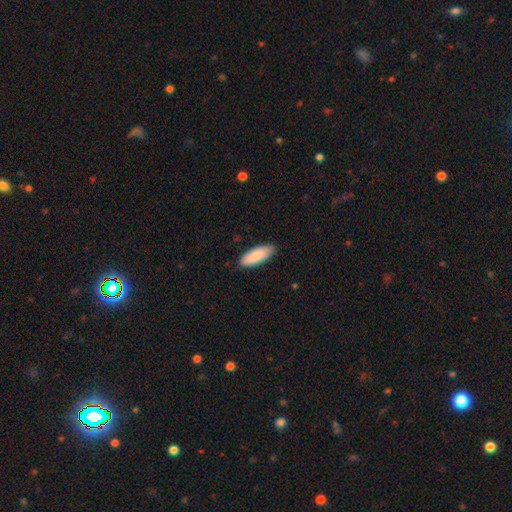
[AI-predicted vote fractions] This appears to be a smooth galaxy with no disk features (89%) that is in between round and cigar-shaped (73%). Merging: none (87%).